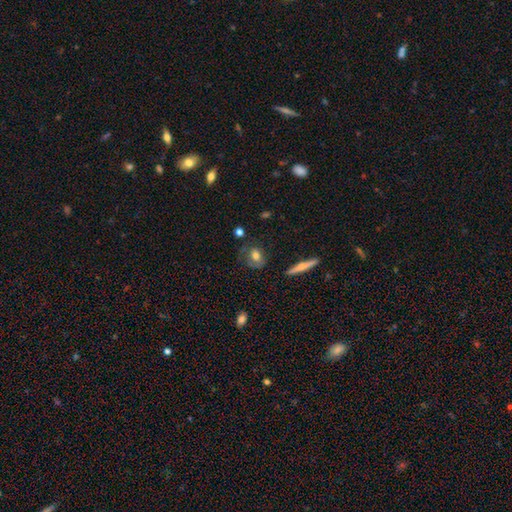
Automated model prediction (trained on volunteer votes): A smooth galaxy with no disk features (64%) that is in between round and cigar-shaped (57%). Merging: none (57%).